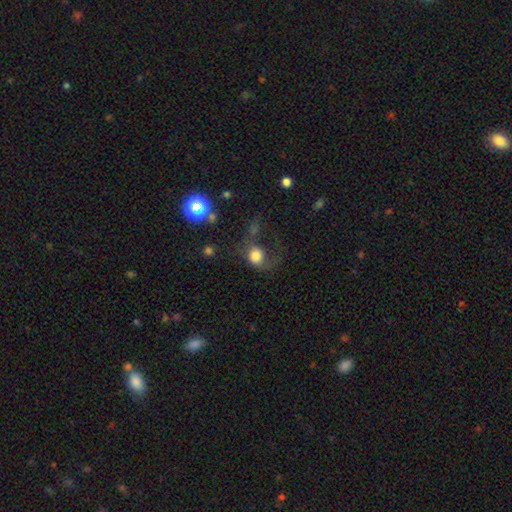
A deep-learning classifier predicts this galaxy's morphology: Q: Smooth or featured?
A: smooth (68%); runner-up: featured or disk (20%)
Q: How rounded?
A: round (71%); runner-up: in between (28%)
Q: Merging?
A: major disturbance (49%); runner-up: none (27%)